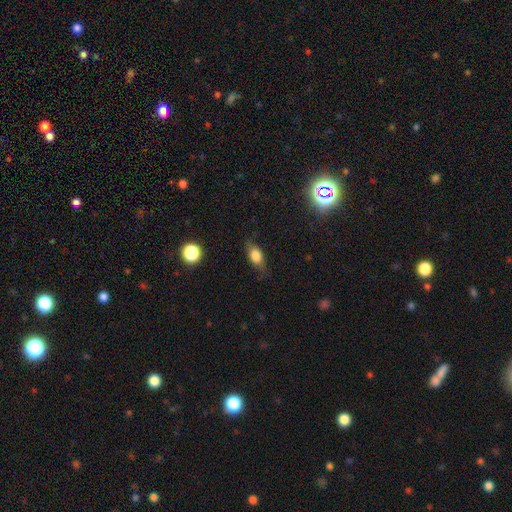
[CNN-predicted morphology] Overall: smooth (74%). How rounded: in between (78%). Merging: none (73%).